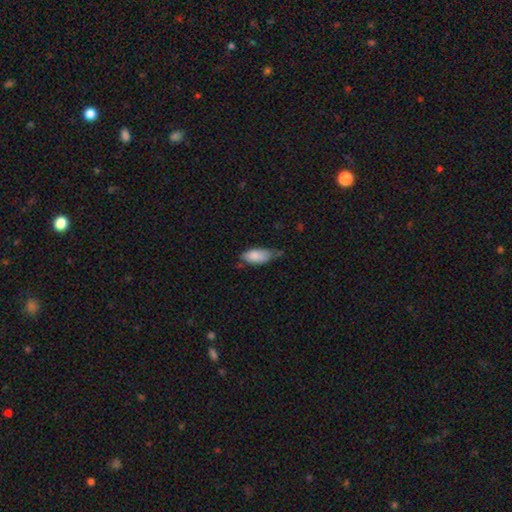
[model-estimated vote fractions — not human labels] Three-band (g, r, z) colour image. It shows a smooth galaxy with no disk features (84%) that is in between round and cigar-shaped (87%). Merging: none (44%).